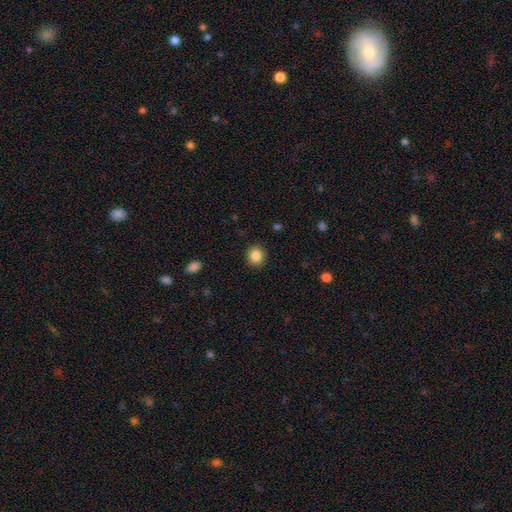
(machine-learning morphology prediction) This is clearly a smooth galaxy (86%). How rounded: clearly round (81%). Merging: clearly none (90%).